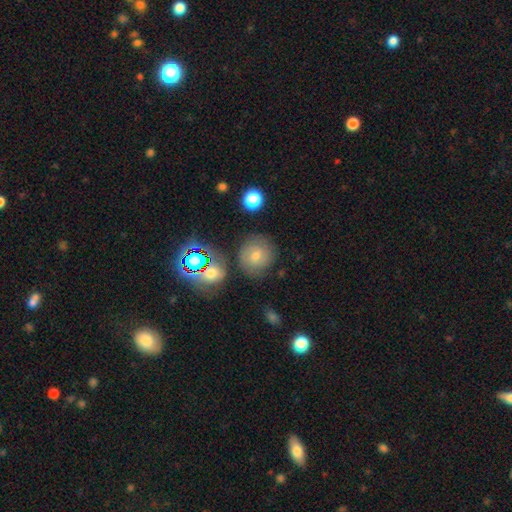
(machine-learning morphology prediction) A smooth galaxy with no disk features (45%).

Vote fractions:
- Smooth or featured? smooth: 45% / featured or disk: 34% / star or artifact: 22%
- Merging? none: 76% / minor disturbance: 13% / merger: 5% / major disturbance: 5%